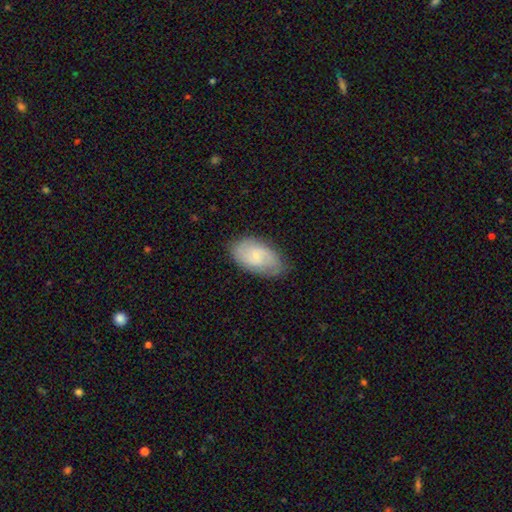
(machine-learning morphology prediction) A featured or disk galaxy (53%) with no bar (61%), spiral arms (85%) and a small central bulge (75%). Merging: none (77%).